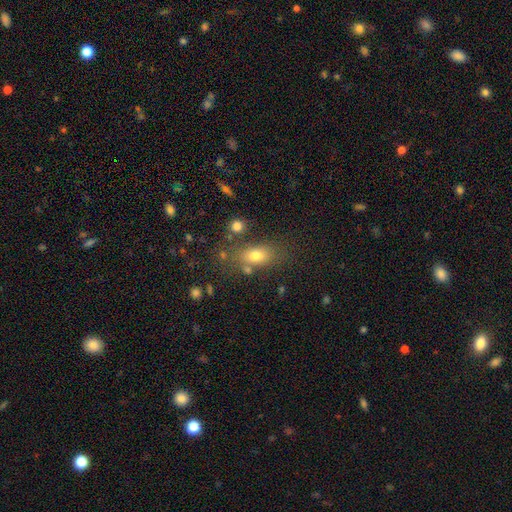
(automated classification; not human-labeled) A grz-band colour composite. It shows a smooth galaxy with no disk features (74%) that is in between round and cigar-shaped (77%). Merging: none (67%).